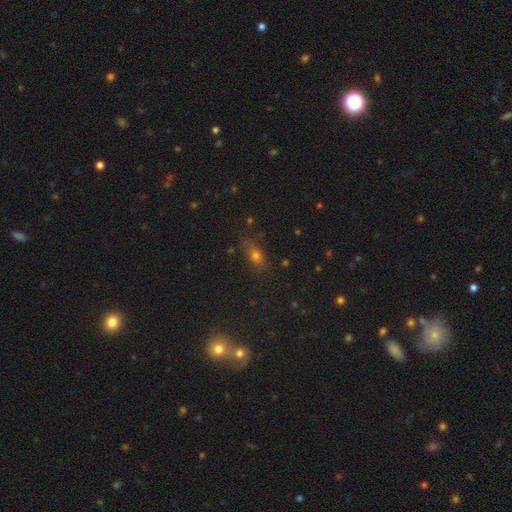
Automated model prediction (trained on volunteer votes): Overall: smooth (62%; star or artifact 23%). How rounded: in between (67%). Merging: none (71%).